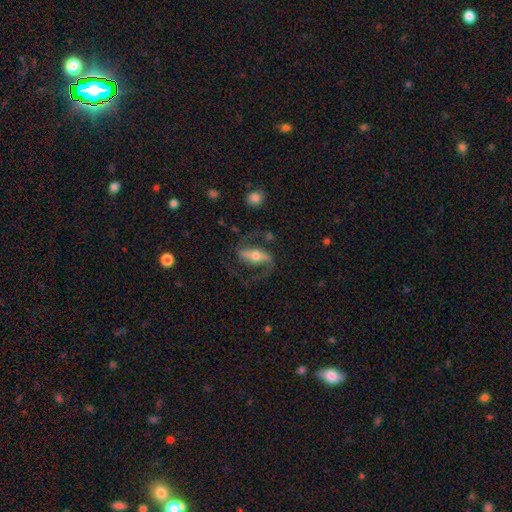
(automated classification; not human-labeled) This is likely a featured or disk galaxy (80%). It is clearly not viewed edge-on (90%). Bar: likely strong (66%). Spiral arm pattern: clearly yes (88%). Spiral arm count: clearly 2 (90%). Spiral winding: possibly medium (48%). Central bulge: likely moderate (61%). Merging: likely none (67%).